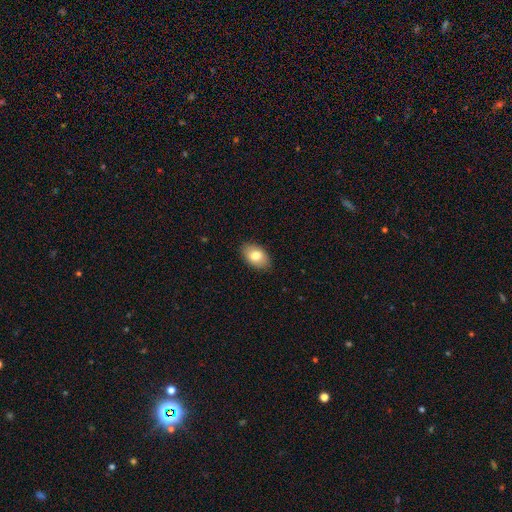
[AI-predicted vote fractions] Morphology: type=smooth (79%); roundness=in between (90%); merging=none (86%).